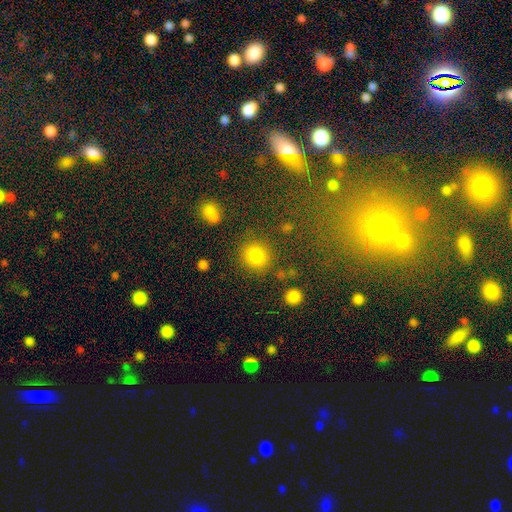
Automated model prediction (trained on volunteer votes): smooth 82%, star or artifact 12%, featured or disk 6%. Down the decision tree: how rounded — round (79%); merging — none (76%).